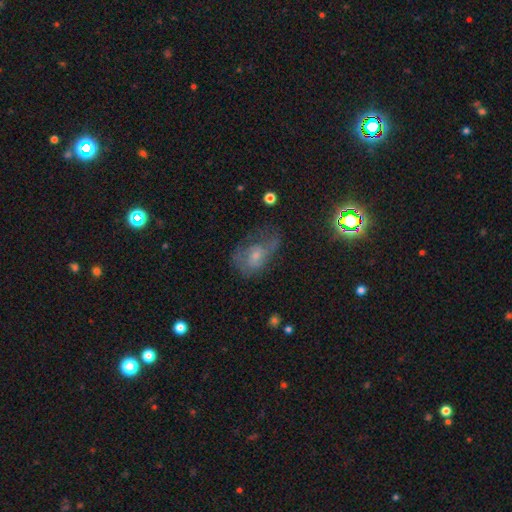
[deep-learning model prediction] smooth_or_featured: featured or disk (p=0.45) [alt: smooth p=0.40]
merging: major disturbance (p=0.37) [alt: none p=0.35]